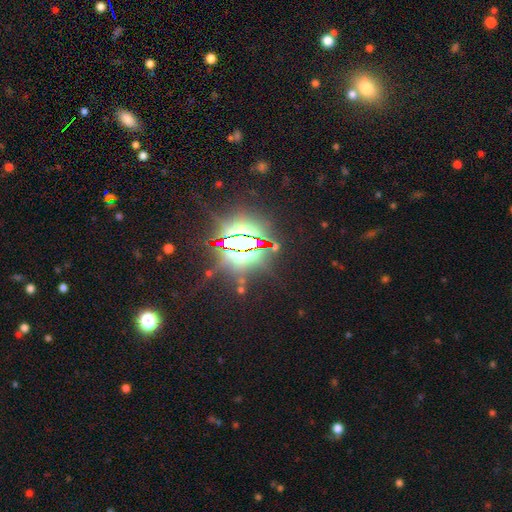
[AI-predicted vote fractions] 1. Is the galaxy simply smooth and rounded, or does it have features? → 84% star or artifact, 8% featured or disk, 7% smooth.